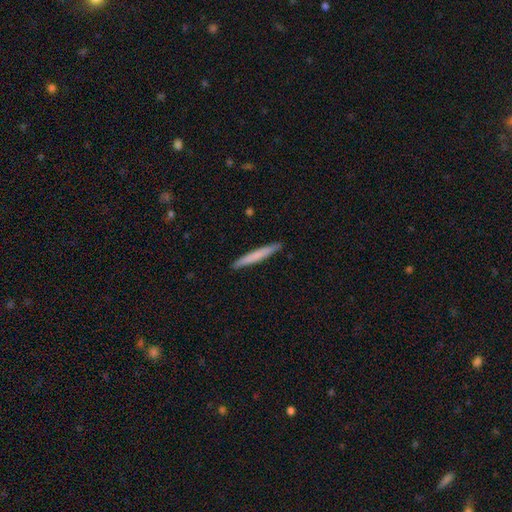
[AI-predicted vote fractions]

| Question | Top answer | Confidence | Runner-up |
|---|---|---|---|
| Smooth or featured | smooth | 68% | featured or disk (26%) |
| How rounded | cigar-shaped | 97% | in between (2%) |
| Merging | none | 92% | minor disturbance (6%) |